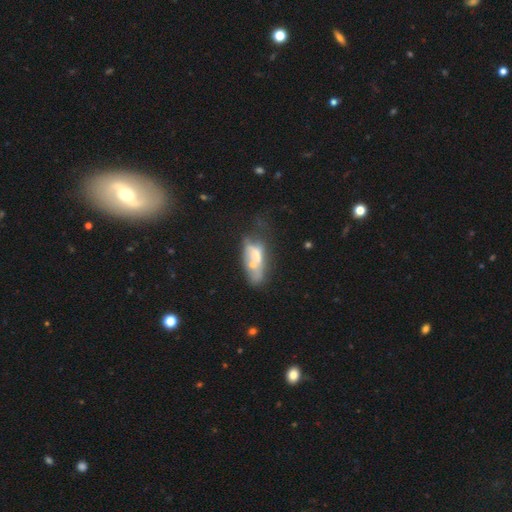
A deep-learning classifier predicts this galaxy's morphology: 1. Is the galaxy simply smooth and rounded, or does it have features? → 45% featured or disk (tied), 45% smooth (tied), 10% star or artifact.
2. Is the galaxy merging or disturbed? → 34% merger, 27% major disturbance, 21% none, 18% minor disturbance.